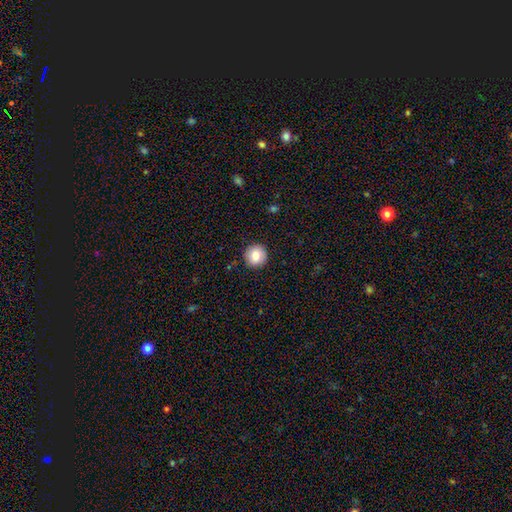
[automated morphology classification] A smooth galaxy with no disk features (82%) that is round (94%). Merging: none (91%).